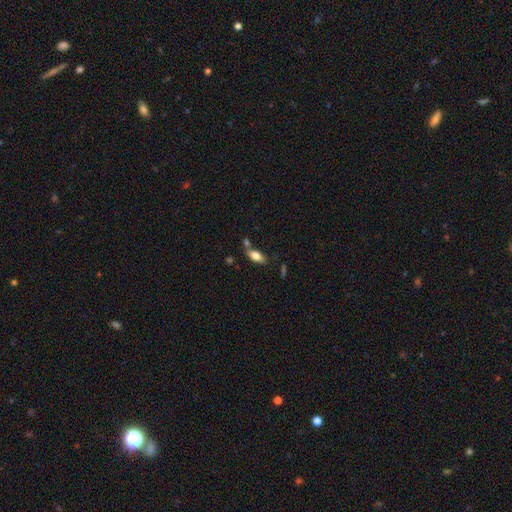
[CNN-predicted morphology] smooth 75%, featured or disk 18%, star or artifact 7%. Down the decision tree: how rounded — in between (83%); merging — none (60%).